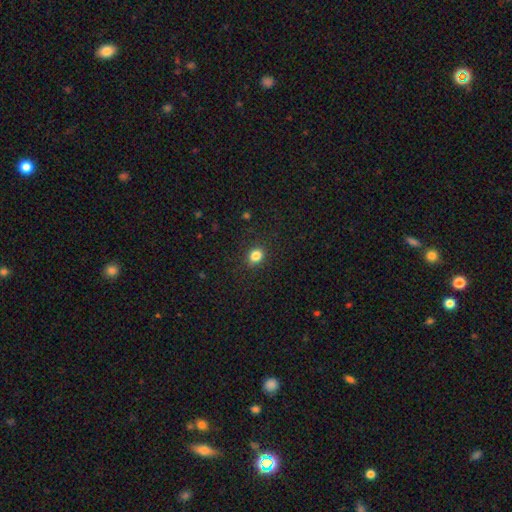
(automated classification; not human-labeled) This is clearly a smooth galaxy (84%). How rounded: likely round (64%). Merging: clearly none (88%).